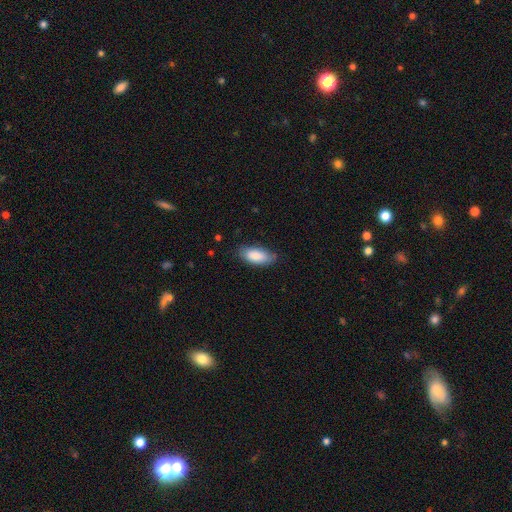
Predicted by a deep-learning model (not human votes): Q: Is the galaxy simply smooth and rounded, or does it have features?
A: smooth — 87%.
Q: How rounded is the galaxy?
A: in between — 88%.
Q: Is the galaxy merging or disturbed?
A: none — 76%.